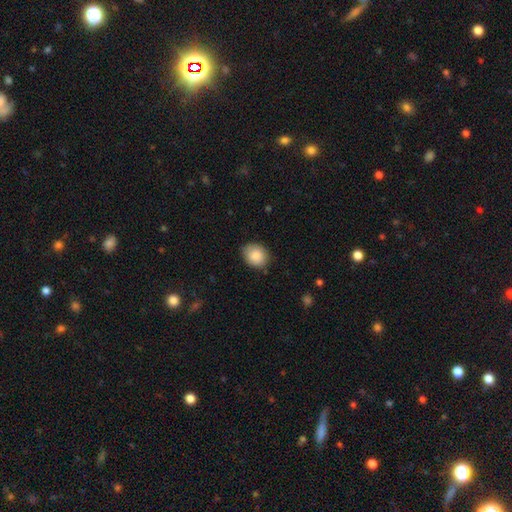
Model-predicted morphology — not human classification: A smooth galaxy with no disk features (87%) that is round (56%).

Vote fractions:
- Smooth or featured? smooth: 87% / star or artifact: 7% / featured or disk: 5%
- How rounded? round: 56% / in between: 43% / cigar-shaped: 1%
- Merging? none: 79% / minor disturbance: 17% / major disturbance: 3% / merger: 1%